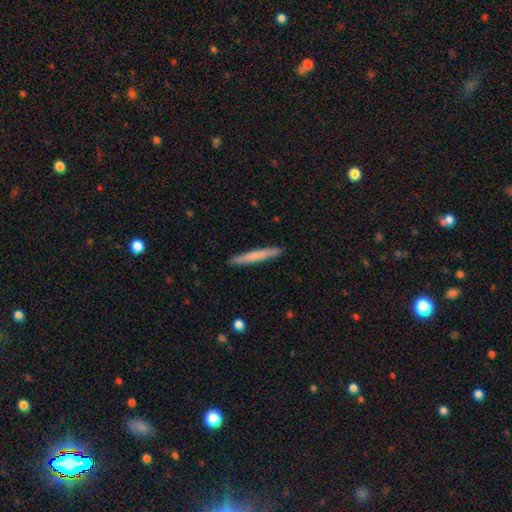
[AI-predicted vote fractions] A smooth galaxy with no disk features (68%) that is cigar-shaped (96%). Merging: none (91%).